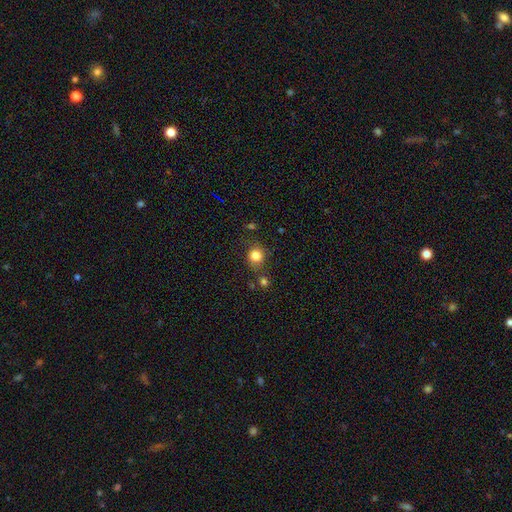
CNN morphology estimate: Overall: smooth (82%). How rounded: round (83%). Merging: none (72%).